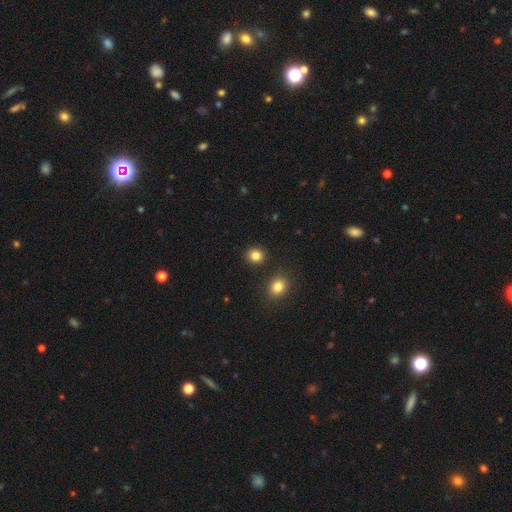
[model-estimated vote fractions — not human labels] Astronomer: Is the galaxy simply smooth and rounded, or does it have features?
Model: smooth — 84%.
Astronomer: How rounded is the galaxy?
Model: round — 85%.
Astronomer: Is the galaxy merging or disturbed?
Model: none — 89%.